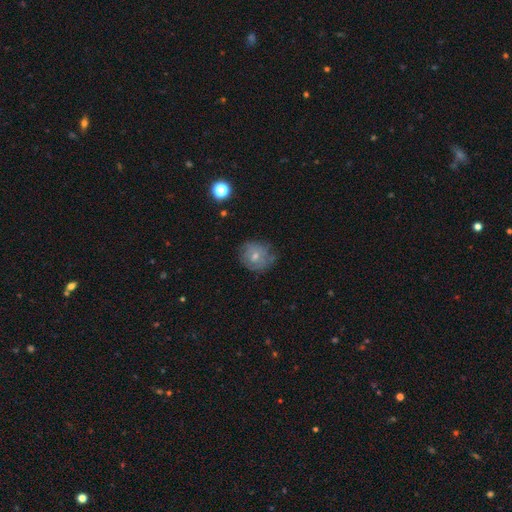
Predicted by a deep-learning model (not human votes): smooth 57%, featured or disk 33%, star or artifact 10%. Down the decision tree: how rounded — round (81%); merging — none (65%).